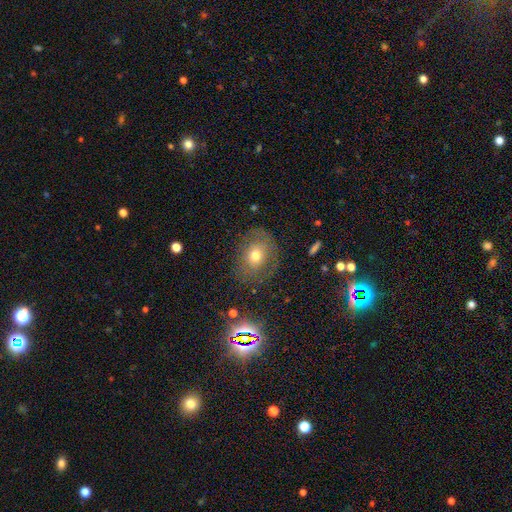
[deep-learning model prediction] Q: Smooth or featured?
A: smooth (62%); runner-up: featured or disk (25%)
Q: How rounded?
A: round (51%); runner-up: in between (48%)
Q: Merging?
A: none (74%); runner-up: minor disturbance (16%)